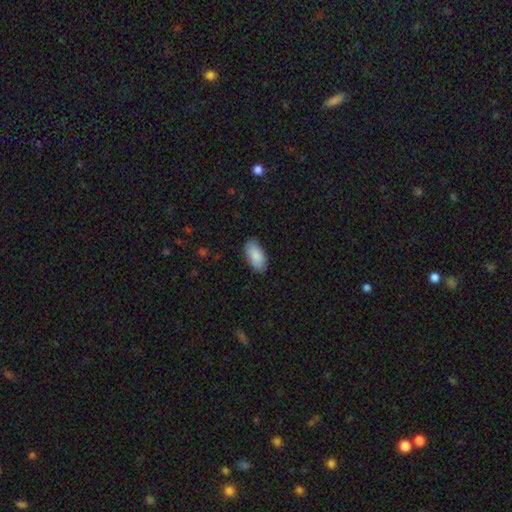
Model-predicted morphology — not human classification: smooth 88%, featured or disk 6%, star or artifact 6%. Down the decision tree: how rounded — in between (94%); merging — none (87%).